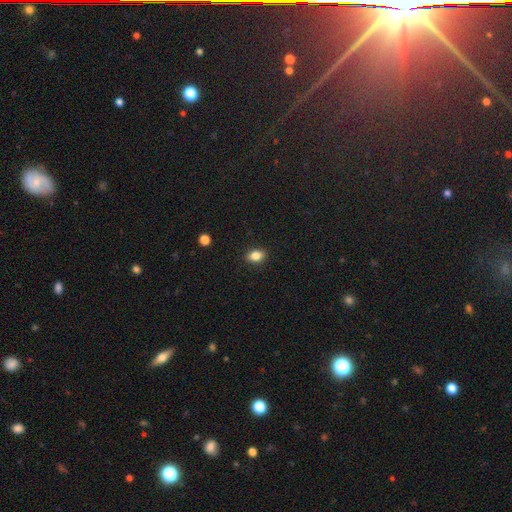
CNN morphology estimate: This is clearly a smooth galaxy (84%). How rounded: likely in between (77%). Merging: clearly none (90%).